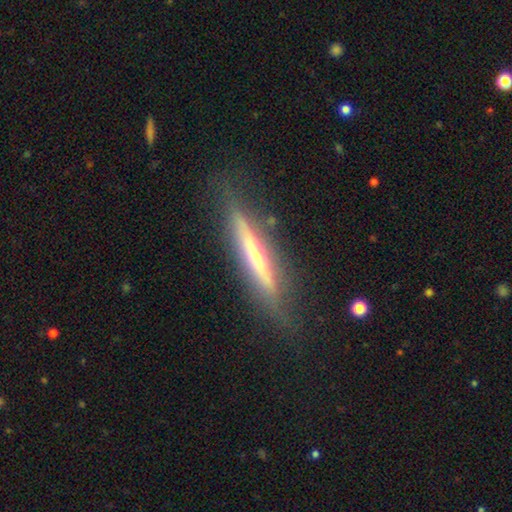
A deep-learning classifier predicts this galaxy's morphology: Smooth or featured? Predicted: featured or disk (p=0.66). Edge-on disk? Predicted: yes (p=0.92). Edge-on bulge? Predicted: rounded (p=0.63). Merging? Predicted: none (p=0.79).